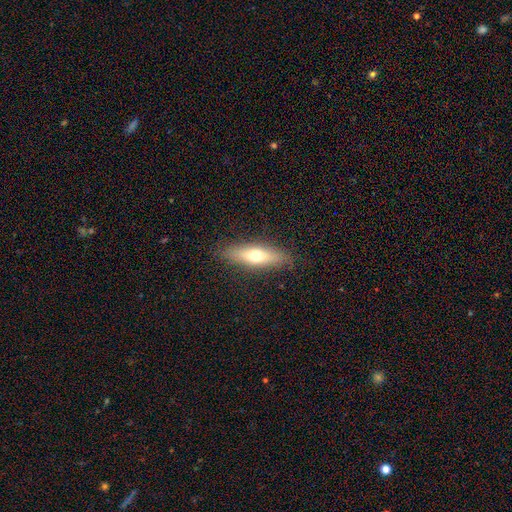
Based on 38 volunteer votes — Volunteers were most divided on "how rounded": cigar-shaped: 54%, in between: 46%, round: 0%. More confident: merging — none (83%); smooth or featured — smooth (63%).